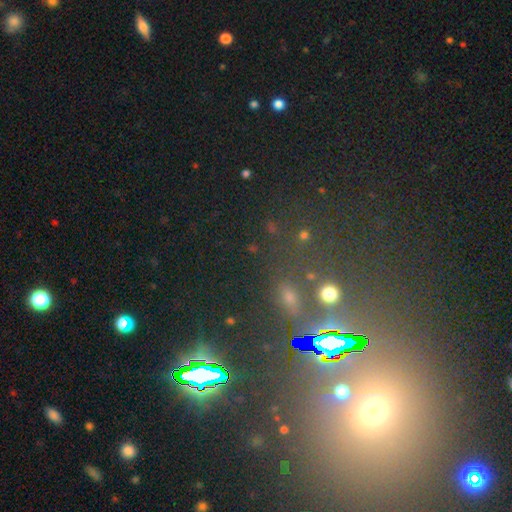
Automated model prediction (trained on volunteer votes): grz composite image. It shows a star or artifact, not a galaxy (71%).